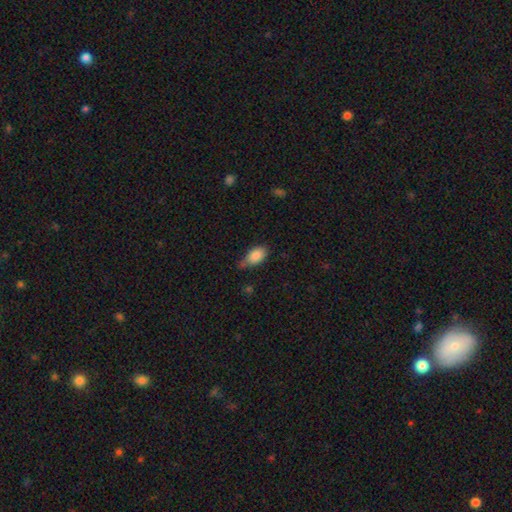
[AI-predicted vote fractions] This appears to be a smooth galaxy with no disk features (87%) that is in between round and cigar-shaped (92%). Merging: none (56%).